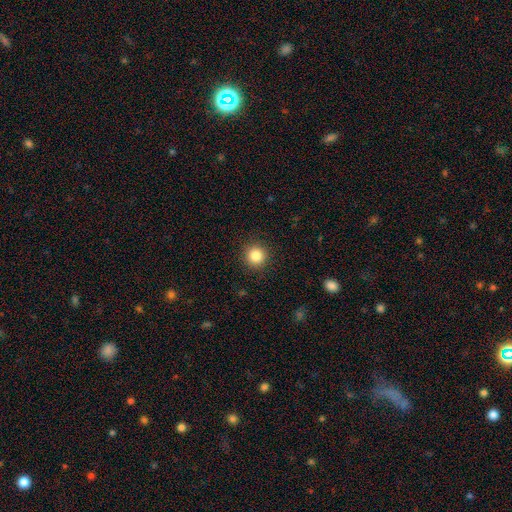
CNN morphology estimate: Smooth or featured: smooth — 85% (star or artifact — 10%)
How rounded: round — 94% (in between — 5%)
Merging: none — 91% (minor disturbance — 6%)